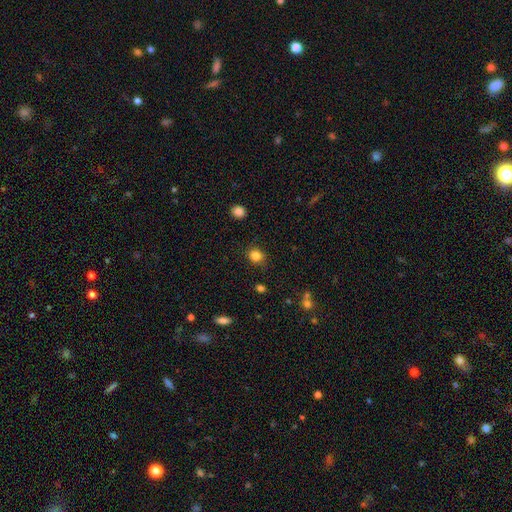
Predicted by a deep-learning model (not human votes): The model was most divided on "how rounded": round: 78%, in between: 21%, cigar-shaped: 1%. More confident: merging — none (84%); smooth or featured — smooth (83%).